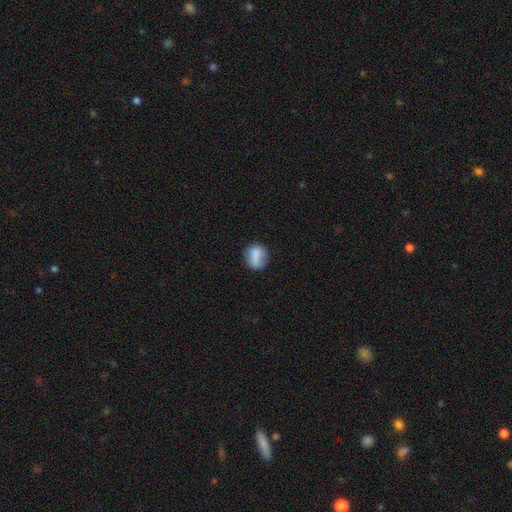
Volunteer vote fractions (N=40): smooth-or-featured: smooth: 85% | featured or disk: 10% | star or artifact: 5%
  how-rounded: round: 68% | in between: 29% | cigar-shaped: 3%
  merging: none: 66% | minor disturbance: 16% | major disturbance: 13% | merger: 5%